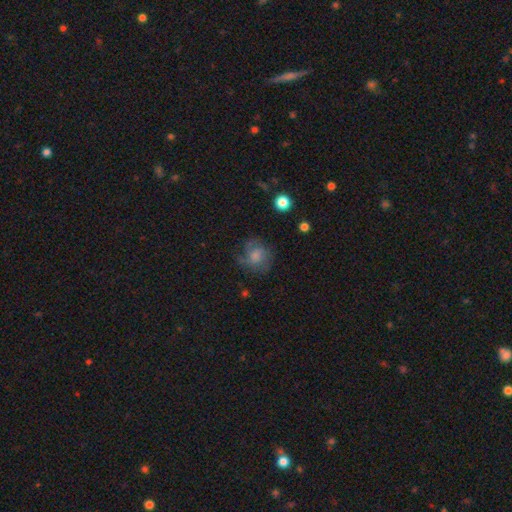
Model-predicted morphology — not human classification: Overall: smooth (52%; featured or disk 37%). How rounded: round (74%). Merging: none (56%; minor disturbance 23%).